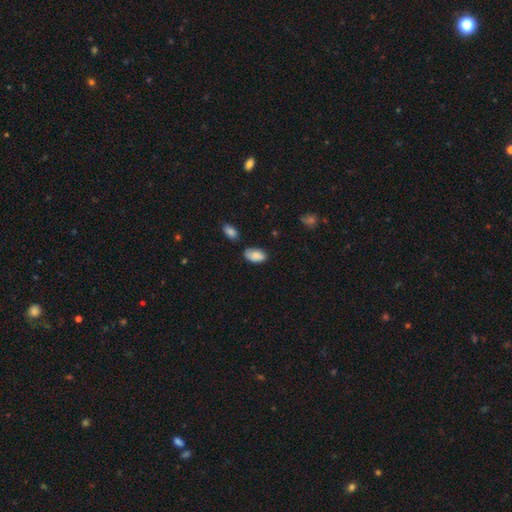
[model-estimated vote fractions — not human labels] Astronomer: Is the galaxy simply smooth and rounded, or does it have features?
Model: smooth — 84%.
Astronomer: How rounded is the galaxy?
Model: in between — 94%.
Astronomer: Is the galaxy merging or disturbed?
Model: none — 62%.